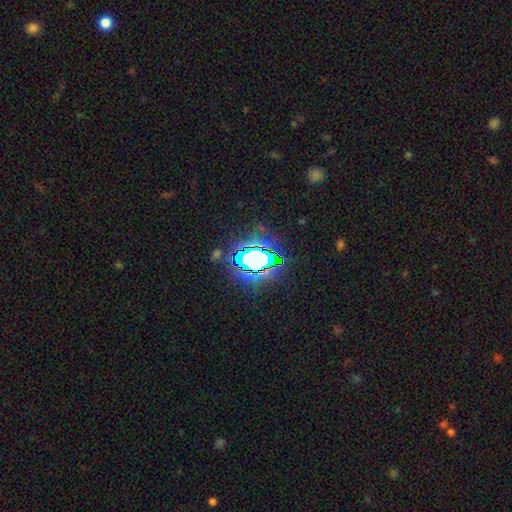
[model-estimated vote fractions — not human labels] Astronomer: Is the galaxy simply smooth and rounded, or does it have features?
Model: star or artifact — 65%.